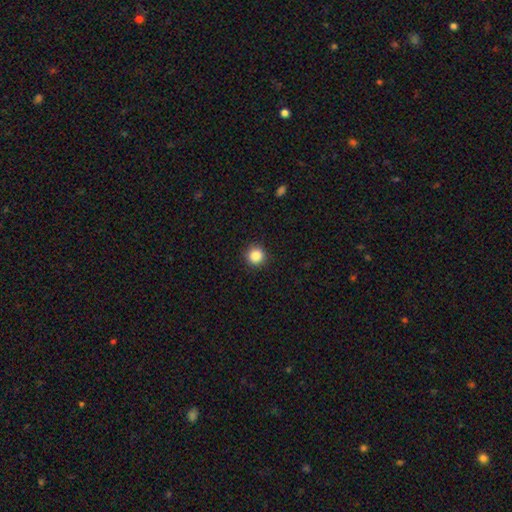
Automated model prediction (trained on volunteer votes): Morphology: type=smooth (87%); roundness=round (94%); merging=none (91%).